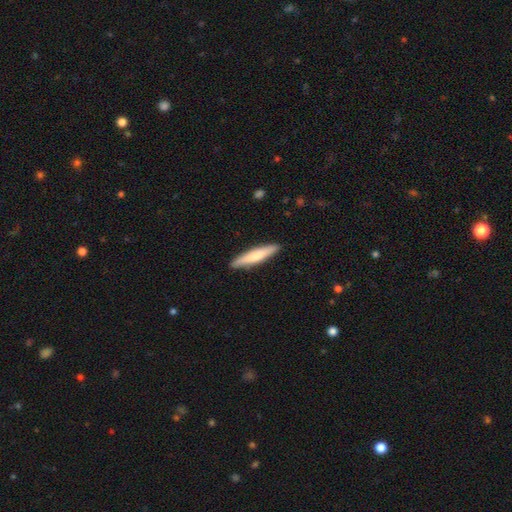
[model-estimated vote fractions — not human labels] Smooth or featured?
  - smooth: 66% *
  - featured or disk: 29%
  - star or artifact: 5%
How rounded?
  - cigar-shaped: 89% *
  - in between: 10%
  - round: 1%
Merging?
  - none: 89% *
  - minor disturbance: 8%
  - major disturbance: 1%
  - merger: 1%